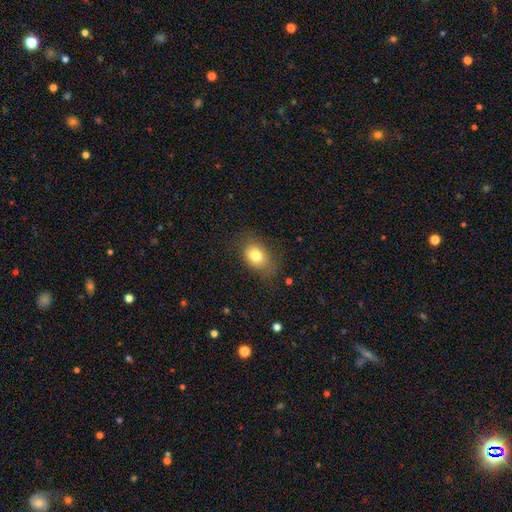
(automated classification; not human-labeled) This is likely a smooth galaxy (78%). How rounded: likely in between (67%). Merging: likely none (68%).